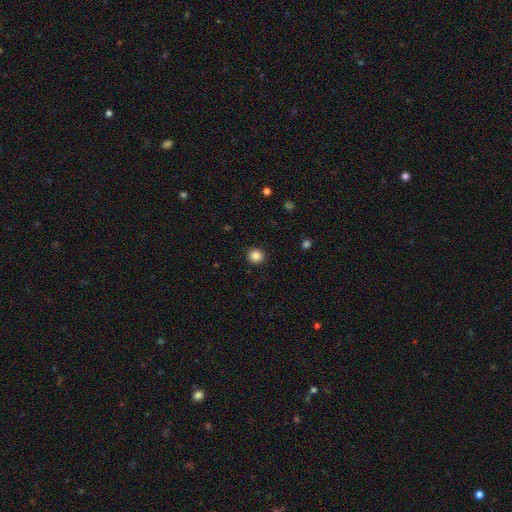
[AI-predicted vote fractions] A smooth galaxy with no disk features (85%) that is round (88%). Merging: none (91%).